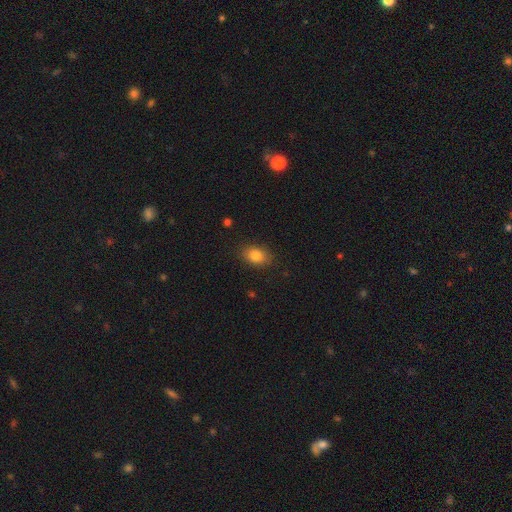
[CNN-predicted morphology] smooth_or_featured: smooth (p=0.83) [alt: star or artifact p=0.09]
how_rounded: in between (p=0.75) [alt: round p=0.23]
merging: none (p=0.85) [alt: minor disturbance p=0.11]